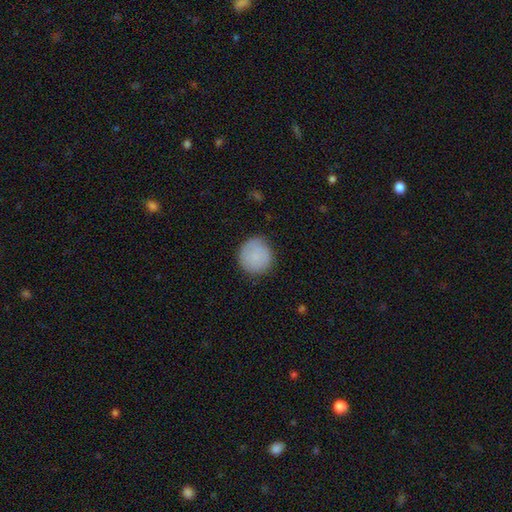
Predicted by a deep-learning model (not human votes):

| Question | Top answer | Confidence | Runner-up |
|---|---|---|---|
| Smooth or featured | smooth | 83% | featured or disk (10%) |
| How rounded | round | 93% | in between (6%) |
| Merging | none | 81% | minor disturbance (15%) |